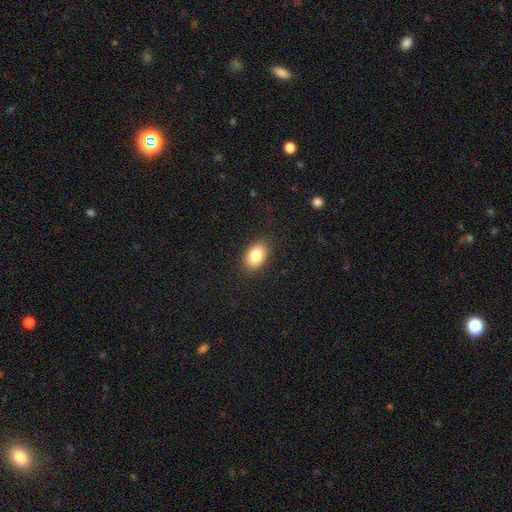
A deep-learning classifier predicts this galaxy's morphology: This appears to be a smooth galaxy with no disk features (82%) that is in between round and cigar-shaped (87%). Merging: none (88%).